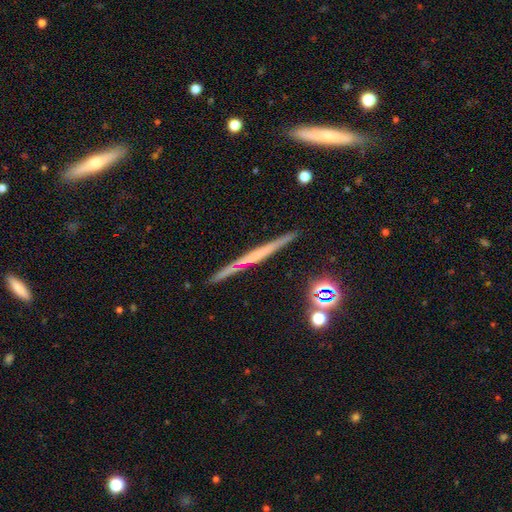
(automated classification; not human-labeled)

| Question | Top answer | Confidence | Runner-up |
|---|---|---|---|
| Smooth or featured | featured or disk | 58% | smooth (32%) |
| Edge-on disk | yes | 97% | no (3%) |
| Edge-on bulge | none | 78% | rounded (12%) |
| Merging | none | 85% | minor disturbance (10%) |